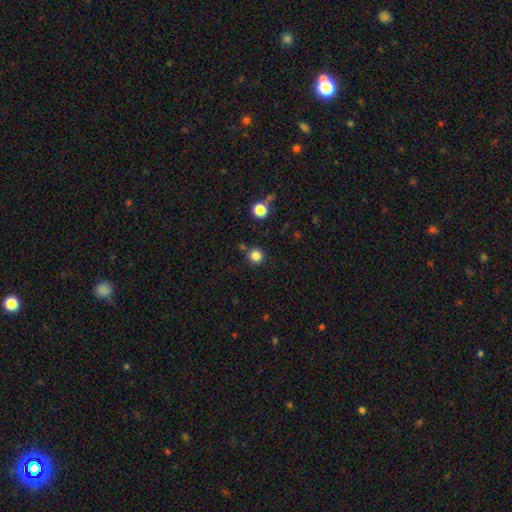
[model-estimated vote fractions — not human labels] Morphology: type=smooth (84%); roundness=round (94%); merging=none (84%).